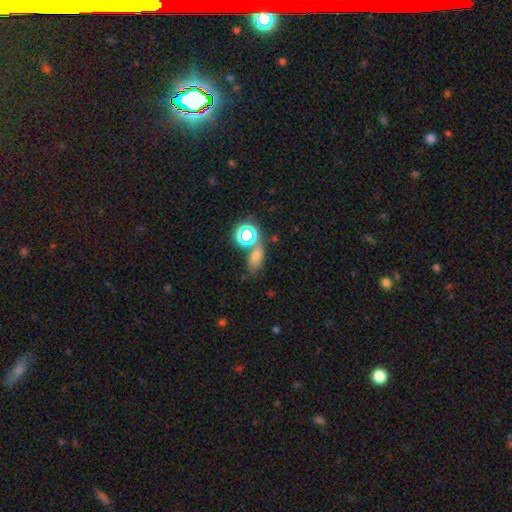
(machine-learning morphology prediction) This is possibly a smooth galaxy (55%). How rounded: likely in between (71%). Merging: possibly none (55%).